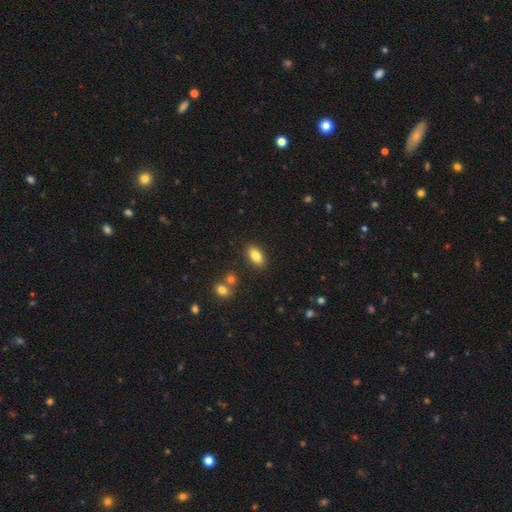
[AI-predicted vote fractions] Smooth or featured? Predicted: smooth (p=0.82). How rounded? Predicted: in between (p=0.88). Merging? Predicted: none (p=0.86).